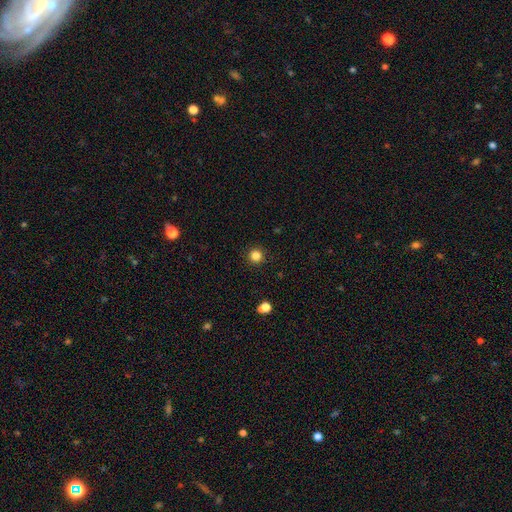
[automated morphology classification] Smooth or featured? smooth (84%)
How rounded? round (96%)
Merging? none (93%)